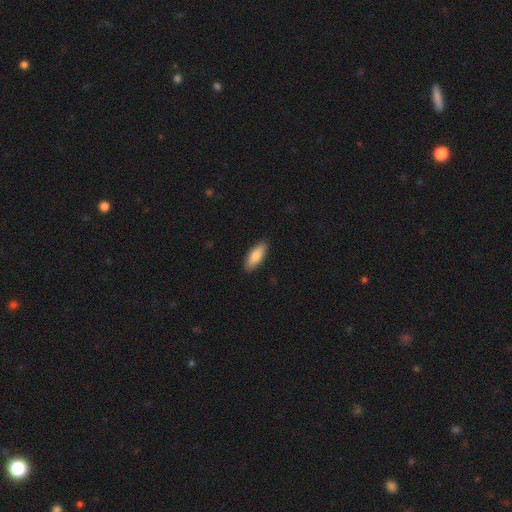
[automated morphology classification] Smooth or featured? Predicted: smooth (p=0.83). How rounded? Predicted: in between (p=0.71). Merging? Predicted: none (p=0.90).